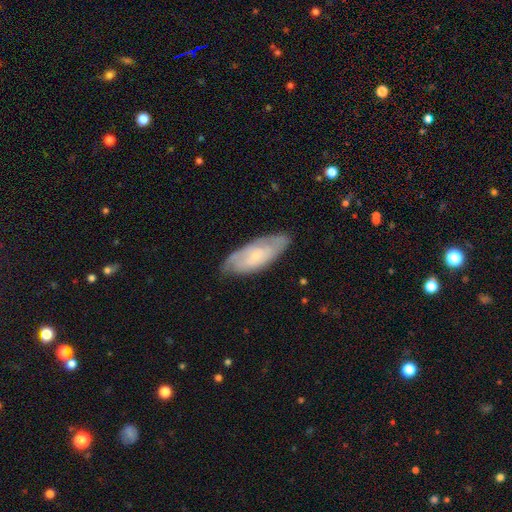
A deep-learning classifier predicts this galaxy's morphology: This appears to be a featured or disk galaxy (48%). Merging: none (74%).